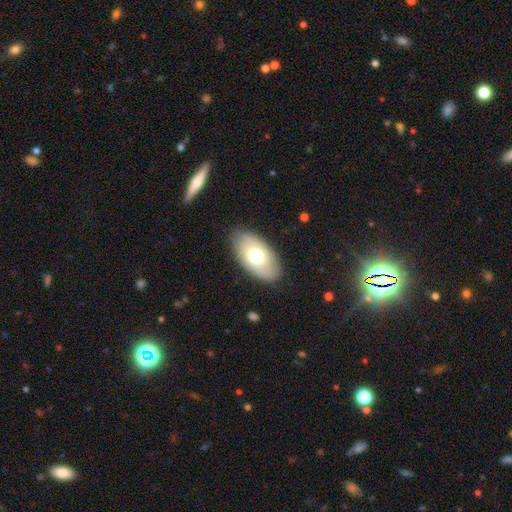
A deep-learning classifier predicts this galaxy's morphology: Overall: smooth (68%). How rounded: in between (94%). Merging: none (84%).